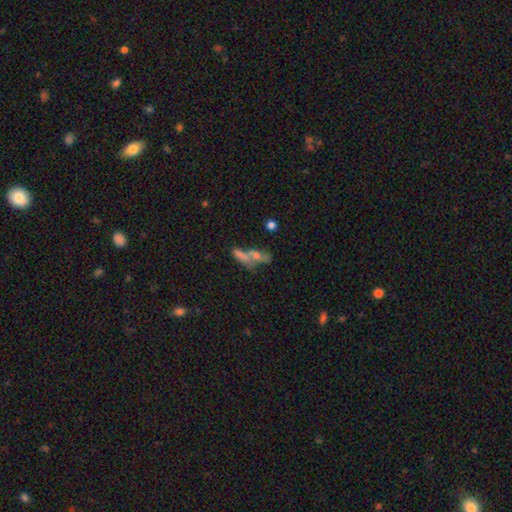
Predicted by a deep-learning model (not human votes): smooth 47%, featured or disk 35%, star or artifact 18%. Down the decision tree: merging — merger (45%).